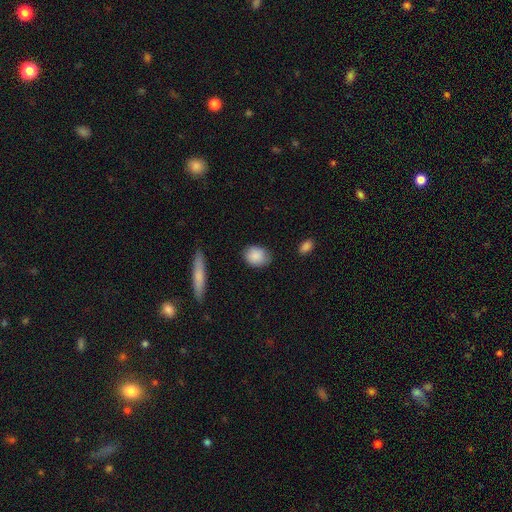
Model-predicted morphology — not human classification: smooth-or-featured: smooth: 87% | featured or disk: 7% | star or artifact: 7%
  how-rounded: in between: 62% | round: 37% | cigar-shaped: 2%
  merging: none: 73% | minor disturbance: 22% | major disturbance: 4% | merger: 2%